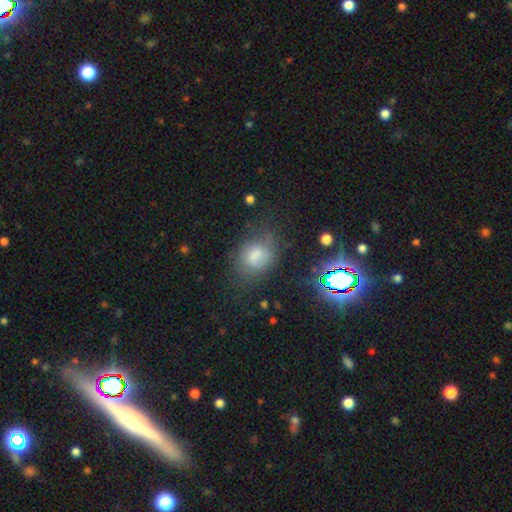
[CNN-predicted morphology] smooth-or-featured: smooth: 68% | star or artifact: 16% | featured or disk: 15%
  how-rounded: in between: 61% | round: 37% | cigar-shaped: 2%
  merging: none: 53% | minor disturbance: 26% | major disturbance: 17% | merger: 4%